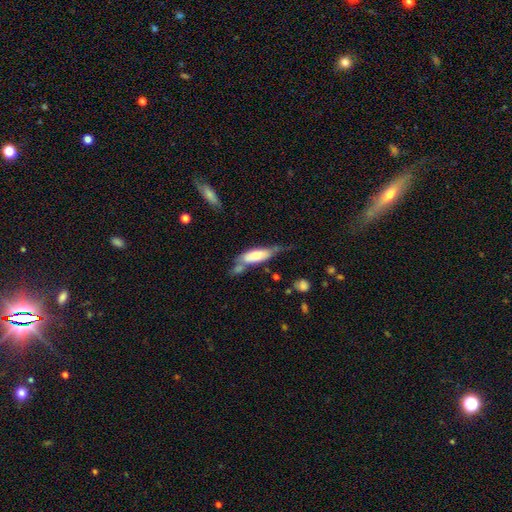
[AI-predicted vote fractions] Q: Smooth or featured?
A: smooth (62%); runner-up: featured or disk (32%)
Q: How rounded?
A: in between (52%); runner-up: cigar-shaped (46%)
Q: Merging?
A: none (33%); runner-up: minor disturbance (27%)